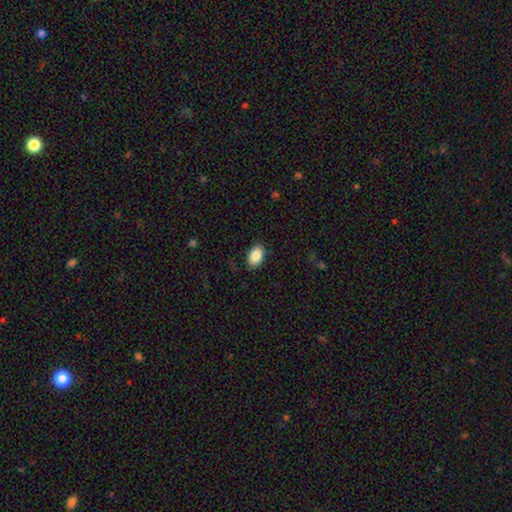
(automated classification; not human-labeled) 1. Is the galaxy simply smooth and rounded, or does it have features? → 88% smooth, 7% star or artifact, 5% featured or disk.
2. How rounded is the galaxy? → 91% in between, 8% round, 1% cigar-shaped.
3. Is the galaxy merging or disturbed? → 87% none, 9% minor disturbance, 2% major disturbance, 1% merger.